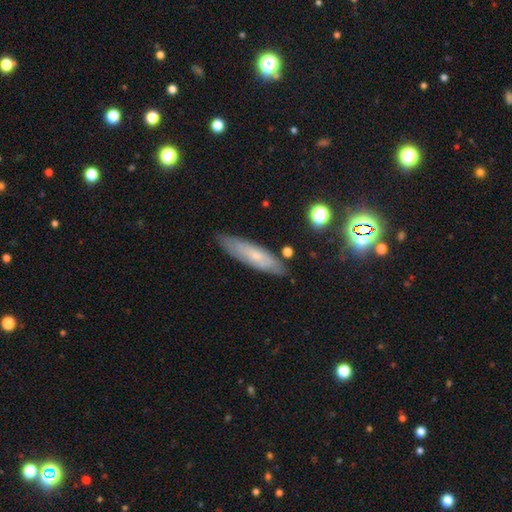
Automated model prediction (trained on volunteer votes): Morphology: type=smooth (53%); roundness=cigar-shaped (67%); merging=none (80%).